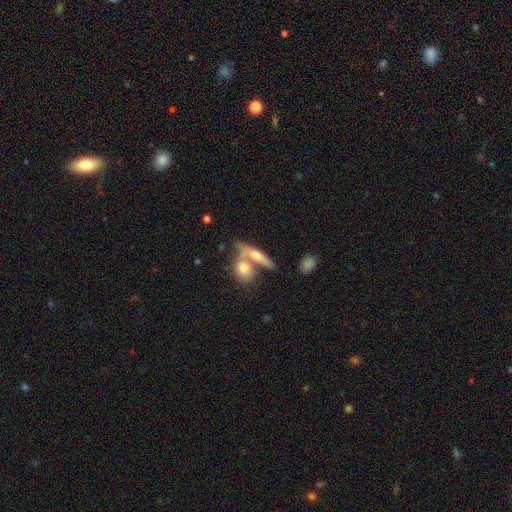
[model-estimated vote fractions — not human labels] smooth 47%, featured or disk 46%, star or artifact 8%. Down the decision tree: merging — none (49%).